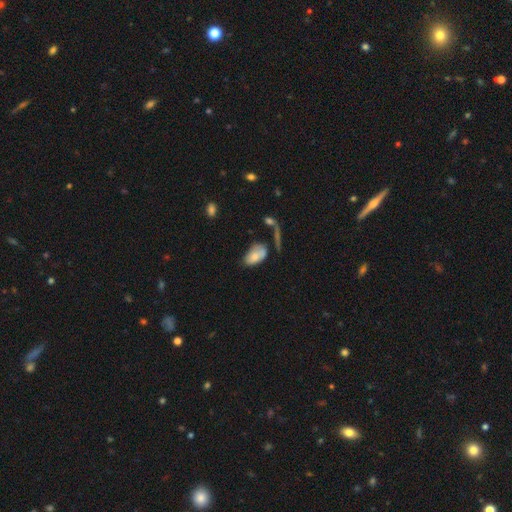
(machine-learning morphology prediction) smooth_or_featured: smooth (p=0.72) [alt: featured or disk p=0.20]
how_rounded: in between (p=0.93) [alt: round p=0.05]
merging: none (p=0.36) [alt: minor disturbance p=0.28]